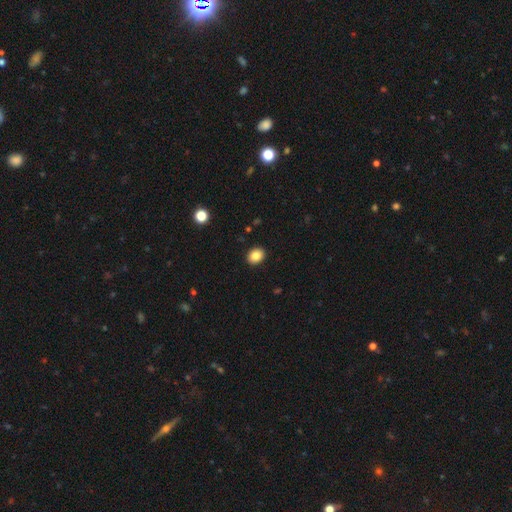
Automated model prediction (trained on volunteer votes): The model was most divided on "how rounded": in between: 50%, round: 49%, cigar-shaped: 1%. More confident: merging — none (91%); smooth or featured — smooth (85%).